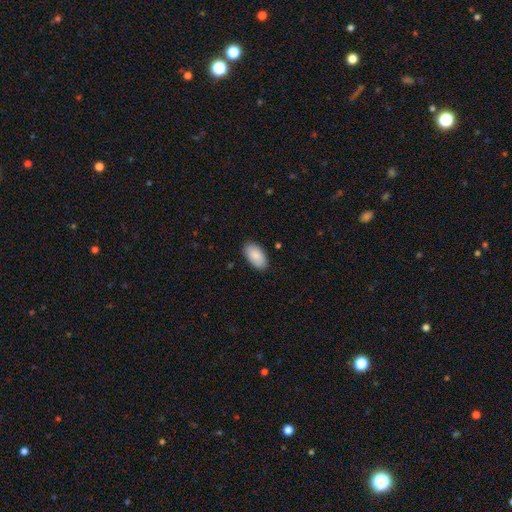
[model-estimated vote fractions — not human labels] Smooth or featured?
  - smooth: 89% *
  - star or artifact: 6%
  - featured or disk: 5%
How rounded?
  - in between: 96% *
  - round: 3%
  - cigar-shaped: 2%
Merging?
  - none: 88% *
  - minor disturbance: 9%
  - major disturbance: 2%
  - merger: 1%